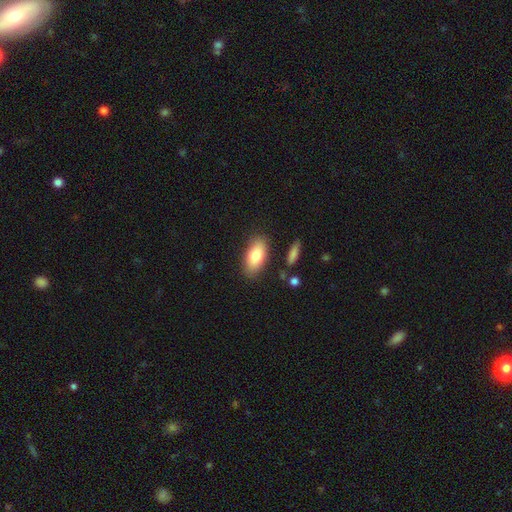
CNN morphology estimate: This is likely a smooth galaxy (80%). How rounded: clearly in between (90%). Merging: clearly none (83%).